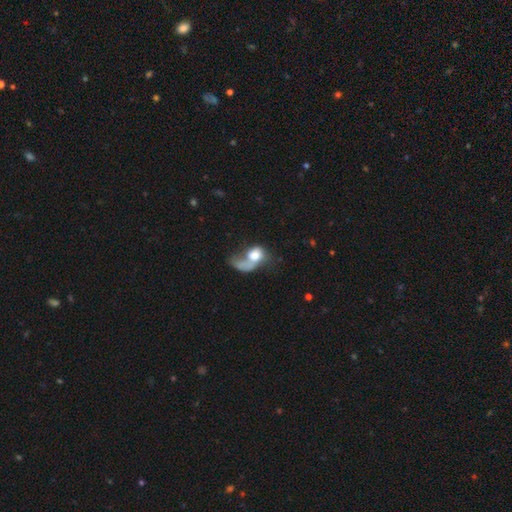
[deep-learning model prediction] smooth 58%, featured or disk 33%, star or artifact 9%. Down the decision tree: how rounded — in between (57%); merging — major disturbance (48%).